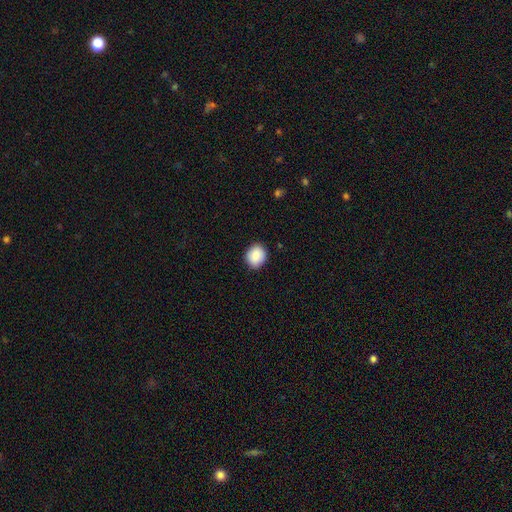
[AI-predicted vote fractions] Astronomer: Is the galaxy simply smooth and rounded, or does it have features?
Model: smooth — 85%.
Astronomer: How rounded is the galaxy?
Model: round — 77%.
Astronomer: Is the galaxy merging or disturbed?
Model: none — 88%.